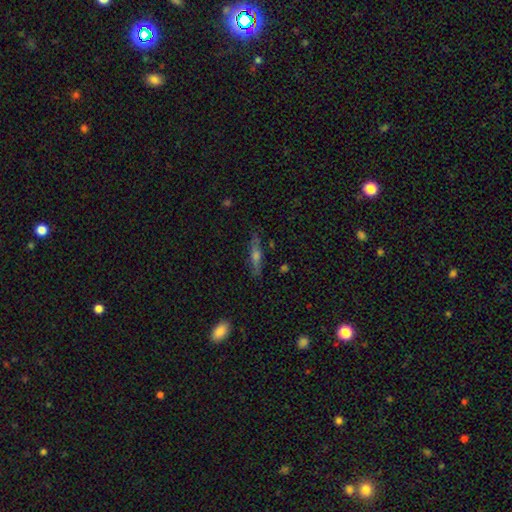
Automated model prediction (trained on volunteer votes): This appears to be a featured or disk galaxy (52%) viewed edge-on (90%). Merging: none (85%).